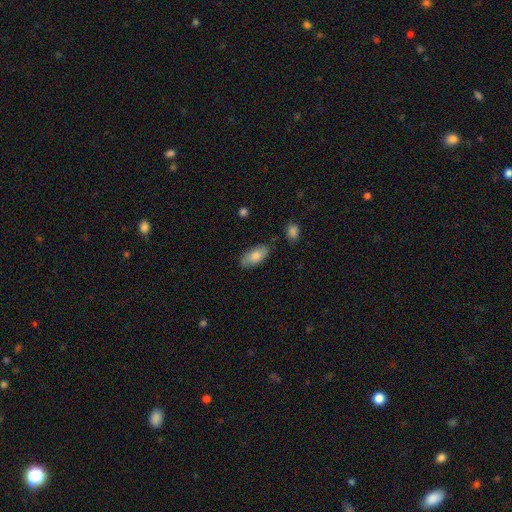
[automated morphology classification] Smooth or featured? Predicted: smooth (p=0.77). How rounded? Predicted: in between (p=0.92). Merging? Predicted: none (p=0.78).